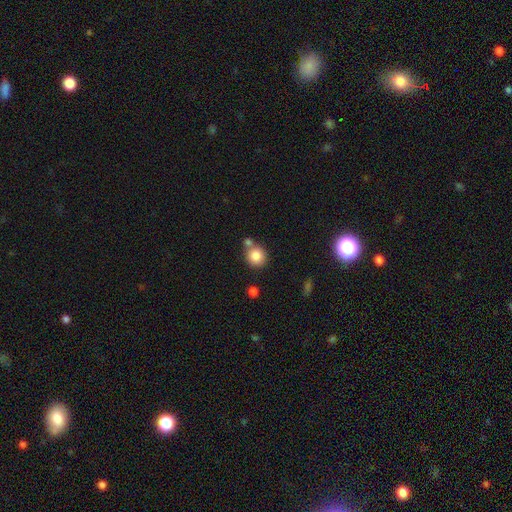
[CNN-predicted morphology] Q: Smooth or featured?
A: smooth (83%); runner-up: star or artifact (10%)
Q: How rounded?
A: round (86%); runner-up: in between (13%)
Q: Merging?
A: none (62%); runner-up: merger (23%)